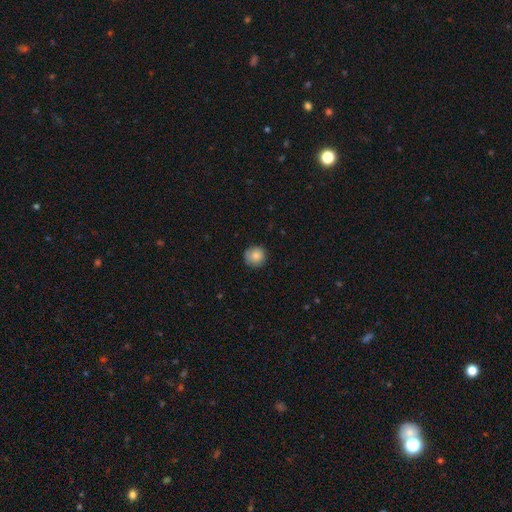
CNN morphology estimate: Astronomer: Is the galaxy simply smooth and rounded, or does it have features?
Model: smooth — 83%.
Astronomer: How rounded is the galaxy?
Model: round — 92%.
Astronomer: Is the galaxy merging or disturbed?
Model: none — 81%.